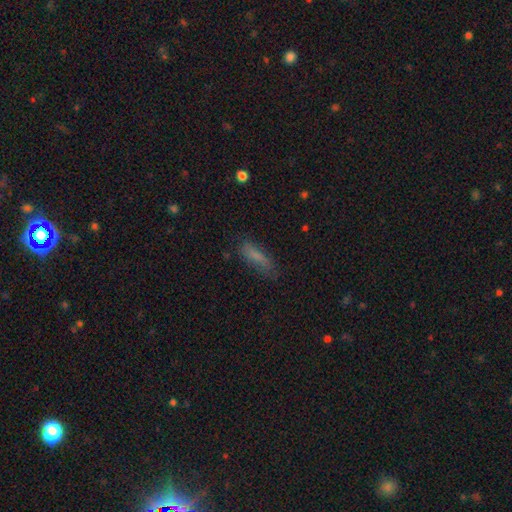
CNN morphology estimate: smooth_or_featured: smooth (p=0.75) [alt: featured or disk p=0.15]
how_rounded: cigar-shaped (p=0.60) [alt: in between p=0.38]
merging: none (p=0.67) [alt: minor disturbance p=0.23]